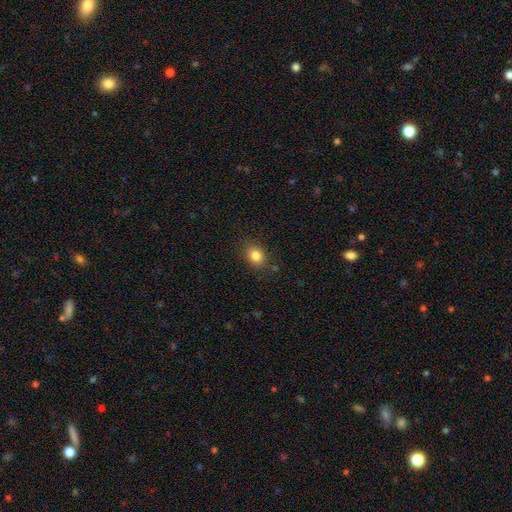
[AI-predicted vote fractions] Overall: smooth (83%). How rounded: round (51%; in between 48%). Merging: none (85%).